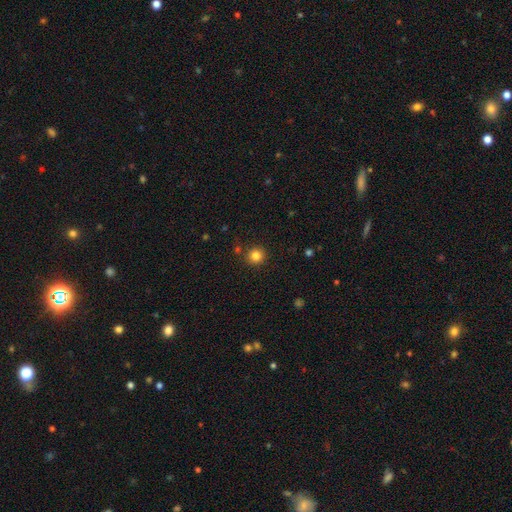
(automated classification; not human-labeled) smooth 82%, star or artifact 12%, featured or disk 5%. Down the decision tree: how rounded — round (94%); merging — none (88%).